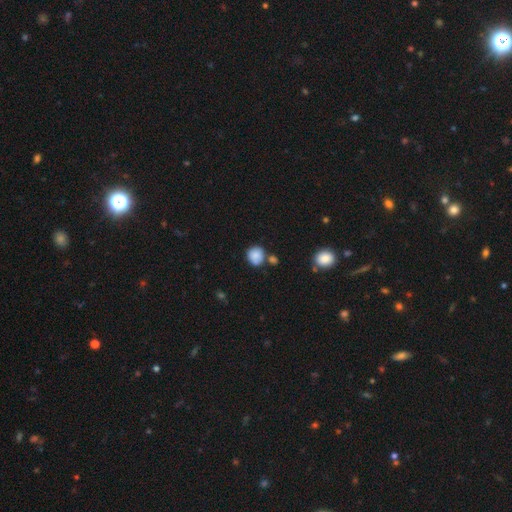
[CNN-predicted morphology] Smooth or featured? Predicted: smooth (p=0.84). How rounded? Predicted: round (p=0.84). Merging? Predicted: none (p=0.60).